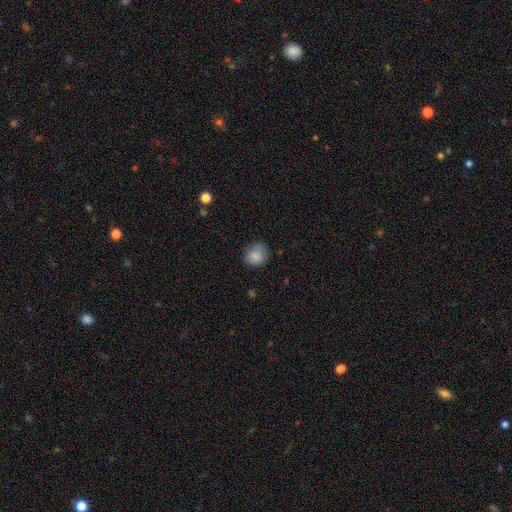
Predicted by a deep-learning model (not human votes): smooth_or_featured: smooth (p=0.85) [alt: star or artifact p=0.08]
how_rounded: round (p=0.73) [alt: in between p=0.26]
merging: none (p=0.73) [alt: minor disturbance p=0.21]